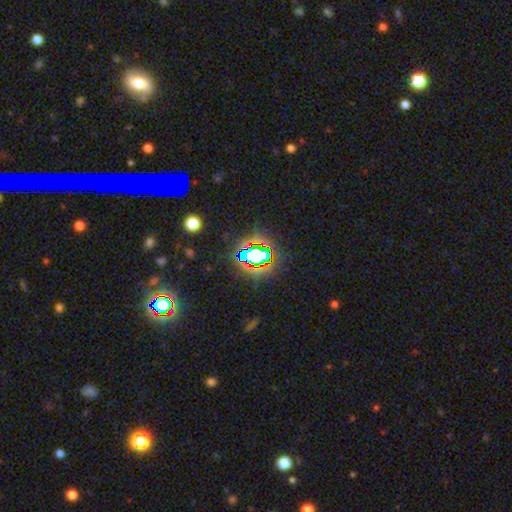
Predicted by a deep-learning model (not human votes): star or artifact 68%, smooth 21%, featured or disk 12%.